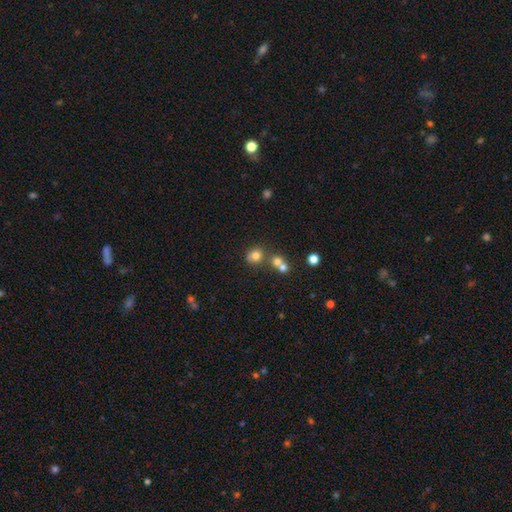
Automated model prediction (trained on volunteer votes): Morphology: type=smooth (76%); roundness=round (79%); merging=none (58%).